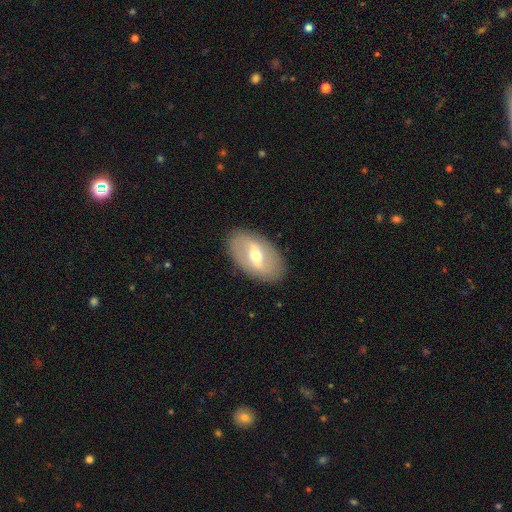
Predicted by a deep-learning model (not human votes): smooth-or-featured: featured or disk: 60% | smooth: 34% | star or artifact: 6%
  disk-edge-on: no: 89% | yes: 11%
    bar: strong: 44% | weak: 43% | no: 13%
    has-spiral-arms: no: 62% | yes: 38%
    bulge-size: moderate: 67% | small: 26% | large: 5% | dominant: 1% | none: 1%
  merging: none: 87% | minor disturbance: 9% | major disturbance: 3% | merger: 1%